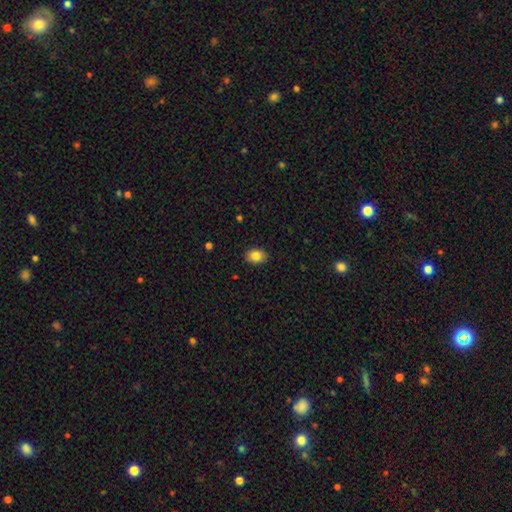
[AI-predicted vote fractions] smooth 84%, star or artifact 9%, featured or disk 7%. Down the decision tree: how rounded — in between (72%); merging — none (89%).